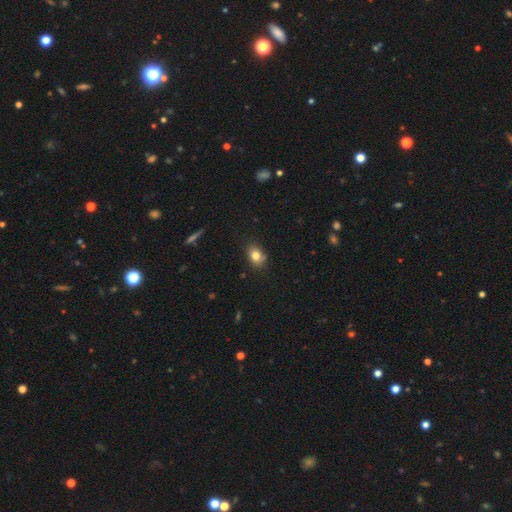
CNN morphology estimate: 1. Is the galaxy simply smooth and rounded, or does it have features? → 80% smooth, 11% star or artifact, 9% featured or disk.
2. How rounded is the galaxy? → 67% in between, 32% round, 1% cigar-shaped.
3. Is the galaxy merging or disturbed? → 77% none, 16% minor disturbance, 4% merger, 3% major disturbance.